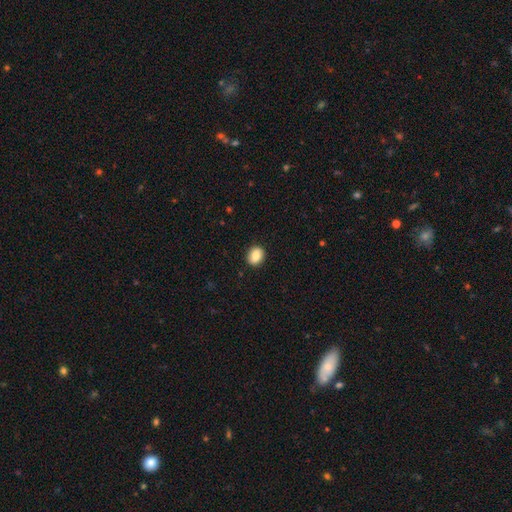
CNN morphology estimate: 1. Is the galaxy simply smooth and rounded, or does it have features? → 85% smooth, 8% star or artifact, 7% featured or disk.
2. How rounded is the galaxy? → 50% in between, 49% round, 1% cigar-shaped.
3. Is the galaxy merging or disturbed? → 89% none, 8% minor disturbance, 2% major disturbance, 1% merger.